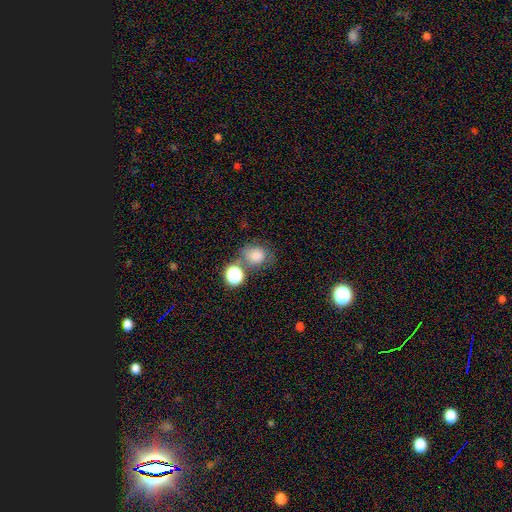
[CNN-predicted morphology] smooth-or-featured: smooth: 68% | star or artifact: 18% | featured or disk: 14%
  how-rounded: round: 66% | in between: 33% | cigar-shaped: 1%
  merging: none: 57% | minor disturbance: 18% | merger: 17% | major disturbance: 9%